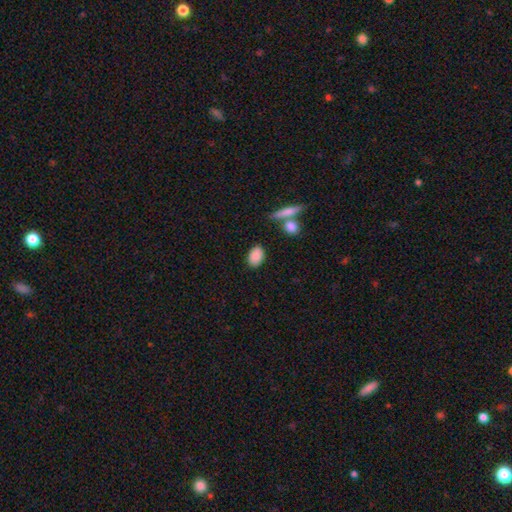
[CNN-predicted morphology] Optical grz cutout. It shows a smooth galaxy with no disk features (88%) that is in between round and cigar-shaped (87%). Merging: none (83%).